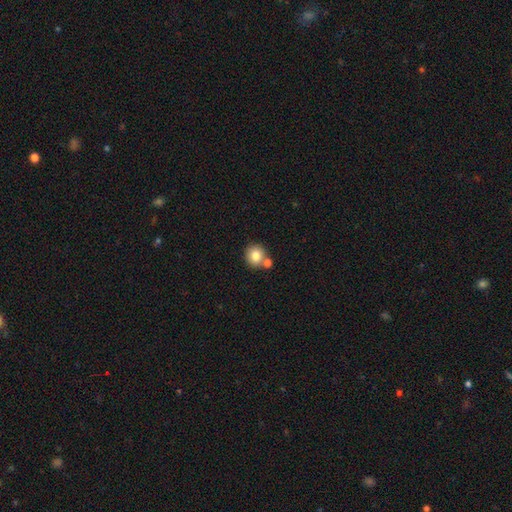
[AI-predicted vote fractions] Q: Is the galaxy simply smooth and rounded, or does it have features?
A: smooth — 80%.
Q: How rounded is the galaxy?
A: round — 89%.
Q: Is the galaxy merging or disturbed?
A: none — 65%.